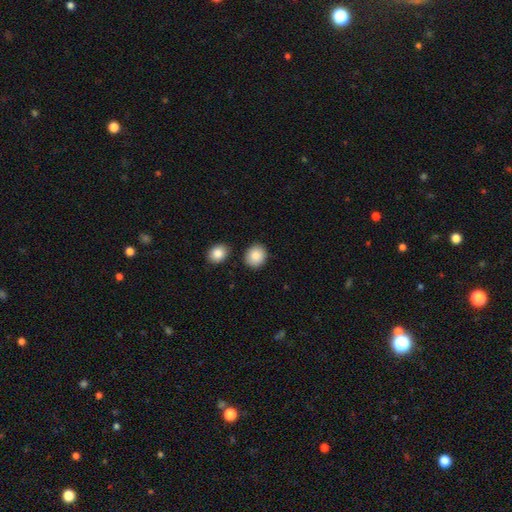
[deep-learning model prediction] Q: Smooth or featured?
A: smooth (88%); runner-up: star or artifact (7%)
Q: How rounded?
A: round (70%); runner-up: in between (29%)
Q: Merging?
A: none (85%); runner-up: minor disturbance (8%)